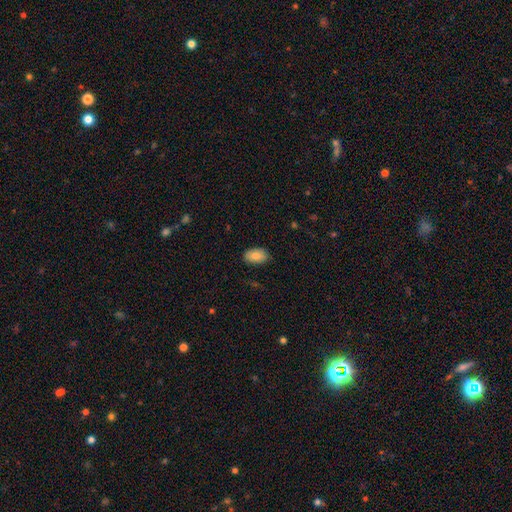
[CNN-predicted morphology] Smooth or featured? Predicted: smooth (p=0.78). How rounded? Predicted: in between (p=0.90). Merging? Predicted: none (p=0.83).